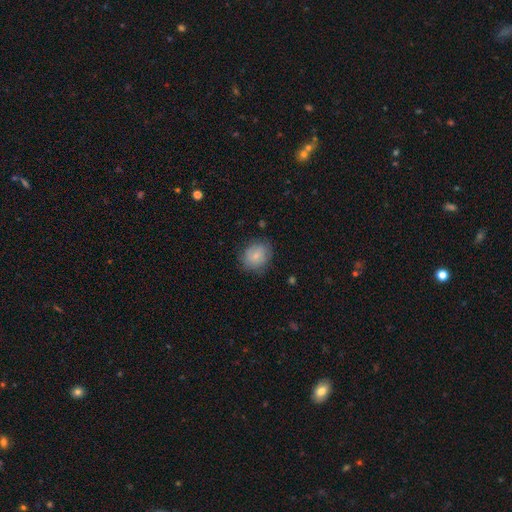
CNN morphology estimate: A smooth galaxy with no disk features (78%) that is round (63%).

Vote fractions:
- Smooth or featured? smooth: 78% / featured or disk: 14% / star or artifact: 8%
- How rounded? round: 63% / in between: 36% / cigar-shaped: 1%
- Merging? none: 74% / minor disturbance: 19% / major disturbance: 5% / merger: 1%